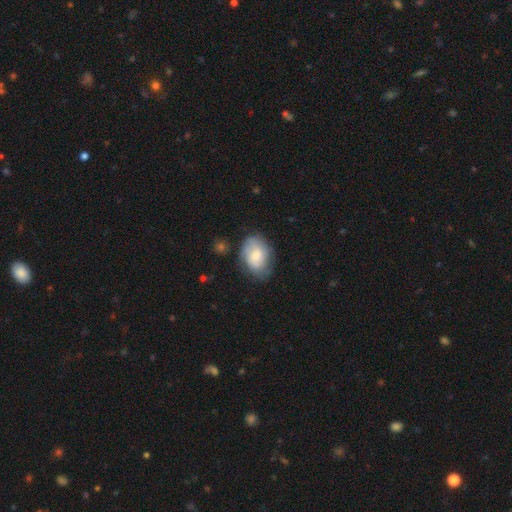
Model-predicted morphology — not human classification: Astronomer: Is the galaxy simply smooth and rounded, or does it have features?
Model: smooth — 69%.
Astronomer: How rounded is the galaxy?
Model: in between — 82%.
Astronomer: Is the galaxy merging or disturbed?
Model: none — 61%.